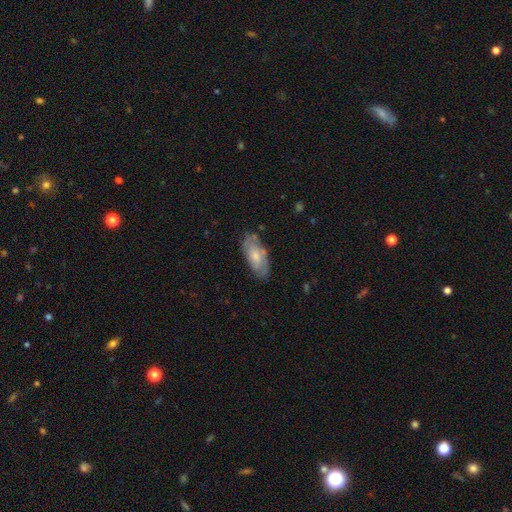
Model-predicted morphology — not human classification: This appears to be a smooth galaxy with no disk features (51%) that is in between round and cigar-shaped (87%). Merging: none (72%).